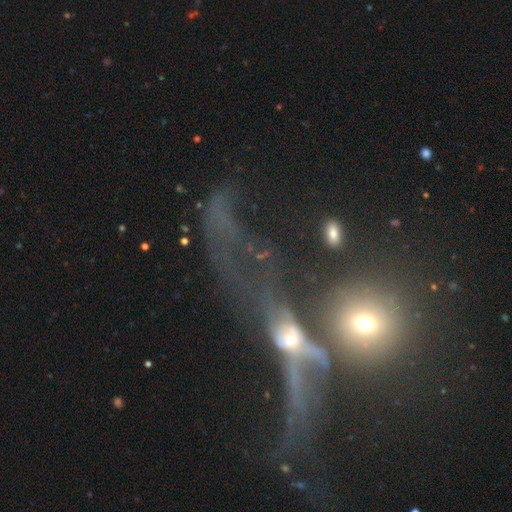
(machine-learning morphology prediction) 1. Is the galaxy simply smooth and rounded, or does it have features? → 46% featured or disk, 28% smooth, 26% star or artifact.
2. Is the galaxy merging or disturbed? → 42% merger, 29% major disturbance, 19% none, 10% minor disturbance.